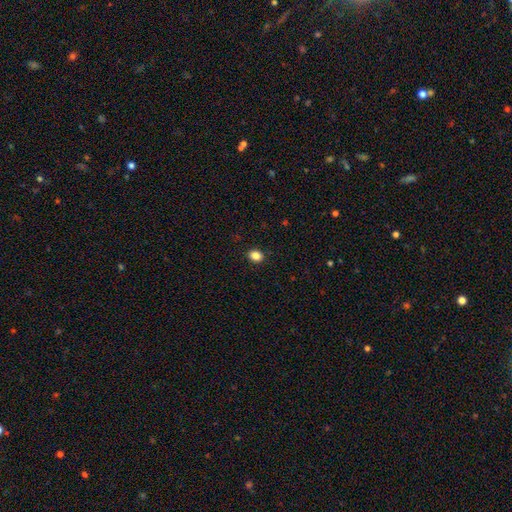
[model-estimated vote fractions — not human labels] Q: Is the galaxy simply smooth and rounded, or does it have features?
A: smooth — 85%.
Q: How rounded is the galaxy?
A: in between — 50%.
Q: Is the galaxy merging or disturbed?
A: none — 90%.